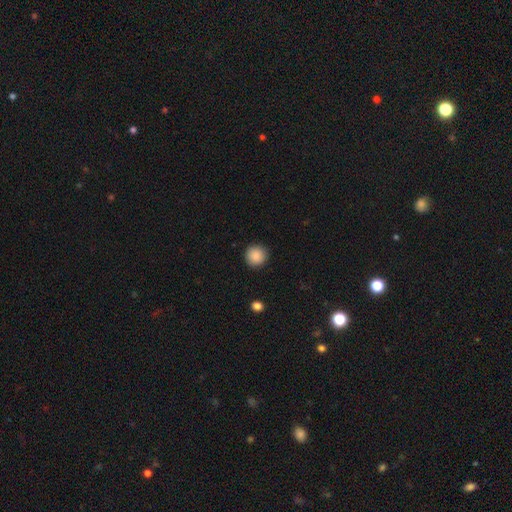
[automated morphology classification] smooth 88%, star or artifact 9%, featured or disk 4%. Down the decision tree: how rounded — round (94%); merging — none (91%).